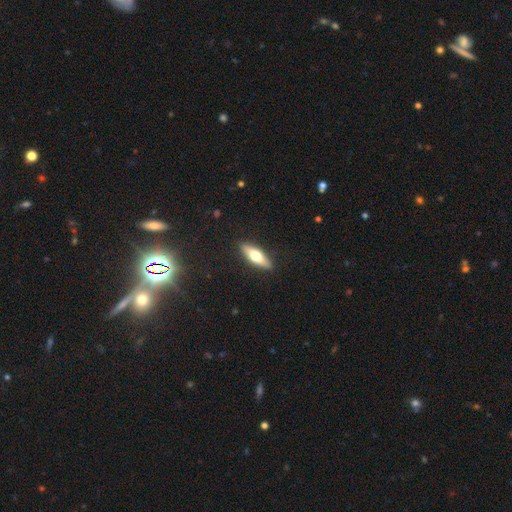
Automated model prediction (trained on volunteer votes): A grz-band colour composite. It shows a smooth galaxy with no disk features (56%) that is cigar-shaped (49%). Merging: none (89%).